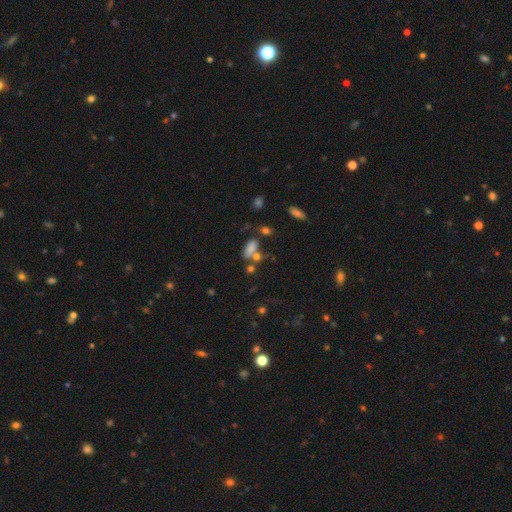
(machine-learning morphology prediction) Q: Smooth or featured?
A: smooth (66%); runner-up: star or artifact (21%)
Q: How rounded?
A: in between (76%); runner-up: cigar-shaped (12%)
Q: Merging?
A: none (44%); runner-up: merger (31%)